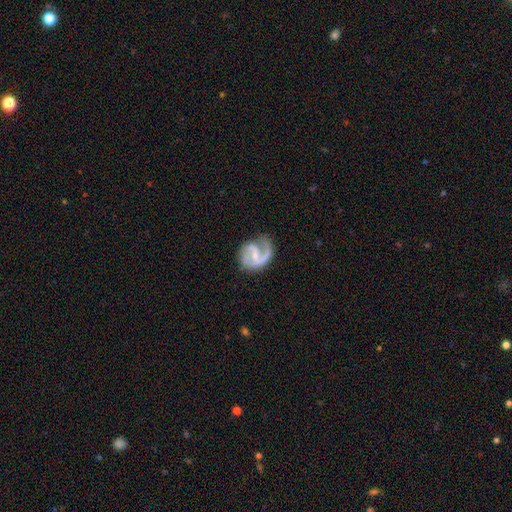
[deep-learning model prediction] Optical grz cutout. It shows a featured or disk galaxy (88%) with a weak bar (50%), 2 (78%) medium (54%) spiral arms (97%) and a small central bulge (64%). Merging: none (64%).